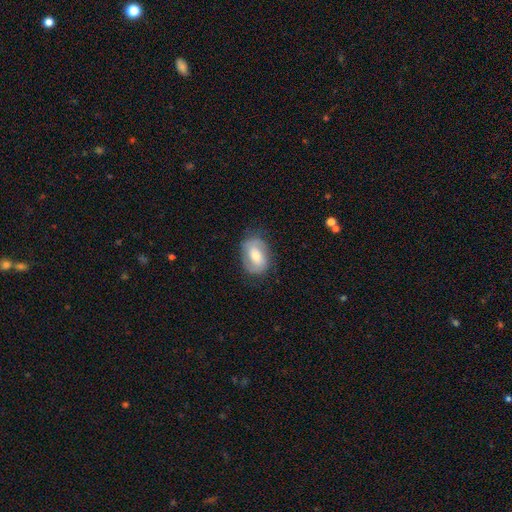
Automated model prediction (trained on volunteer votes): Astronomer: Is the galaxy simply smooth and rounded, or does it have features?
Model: featured or disk — 51% (runner-up: smooth, 42%).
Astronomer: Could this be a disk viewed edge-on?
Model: no — 95%.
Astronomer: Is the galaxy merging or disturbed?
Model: none — 73%.